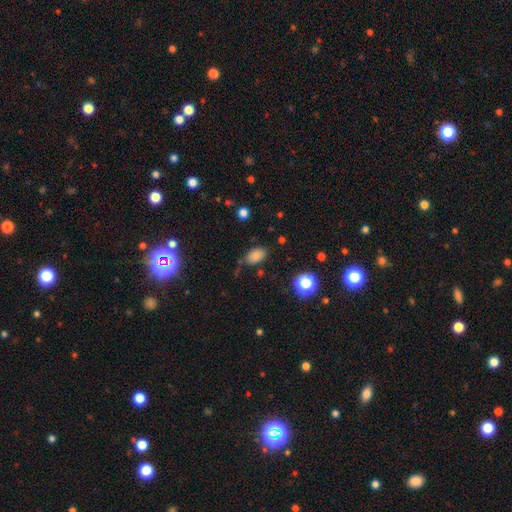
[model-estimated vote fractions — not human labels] Smooth or featured? smooth (79%)
How rounded? in between (88%)
Merging? none (73%)